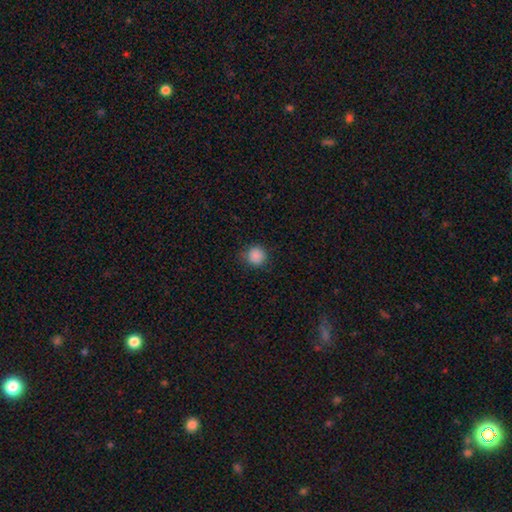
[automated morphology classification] Smooth or featured? Predicted: smooth (p=0.87). How rounded? Predicted: round (p=0.93). Merging? Predicted: none (p=0.85).